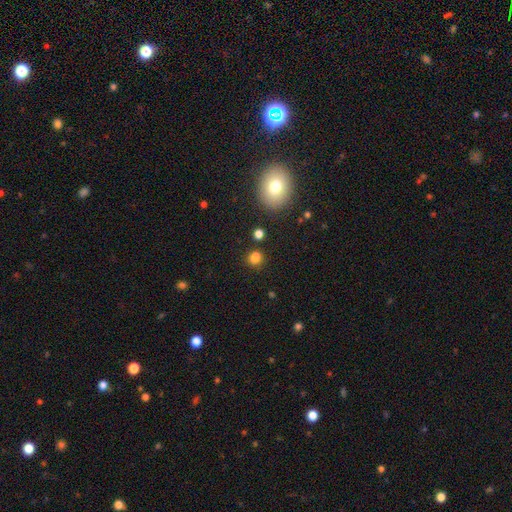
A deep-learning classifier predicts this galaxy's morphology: A smooth galaxy with no disk features (78%) that is round (77%). Merging: none (74%).